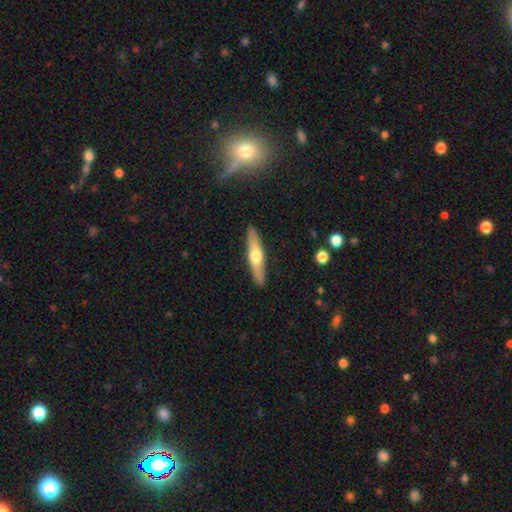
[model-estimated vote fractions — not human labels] Q: Smooth or featured?
A: featured or disk (52%); runner-up: smooth (43%)
Q: Edge-on disk?
A: yes (90%); runner-up: no (10%)
Q: Merging?
A: none (90%); runner-up: minor disturbance (7%)